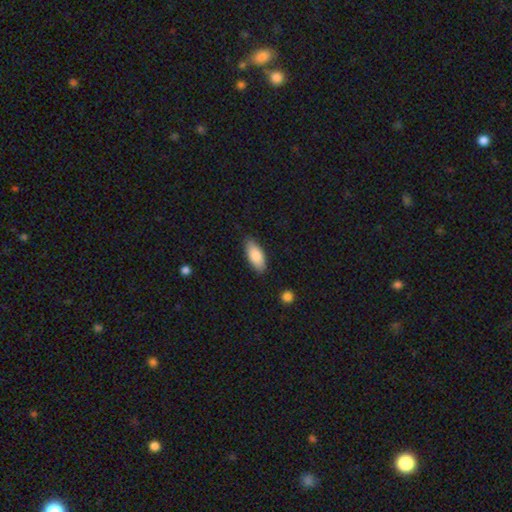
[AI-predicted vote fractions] smooth_or_featured: smooth (p=0.85) [alt: featured or disk p=0.10]
how_rounded: in between (p=0.84) [alt: cigar-shaped p=0.14]
merging: none (p=0.85) [alt: minor disturbance p=0.12]